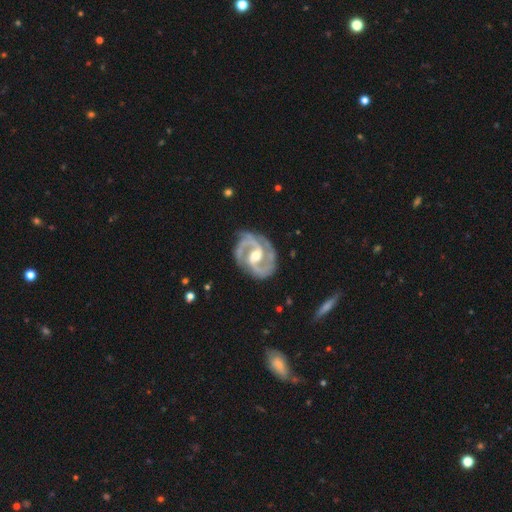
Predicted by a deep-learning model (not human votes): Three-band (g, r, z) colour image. It shows a featured or disk galaxy (94%) with a weak bar (49%), 2 (79%) medium (57%) spiral arms (98%) and a moderate central bulge (70%). Merging: none (77%).